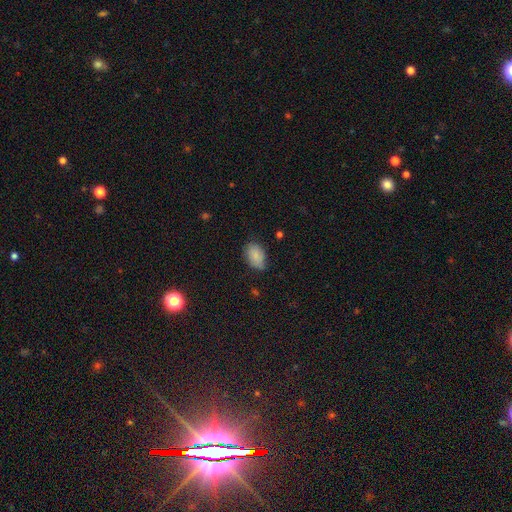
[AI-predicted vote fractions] Smooth or featured? Predicted: smooth (p=0.80). How rounded? Predicted: in between (p=0.87). Merging? Predicted: none (p=0.67).